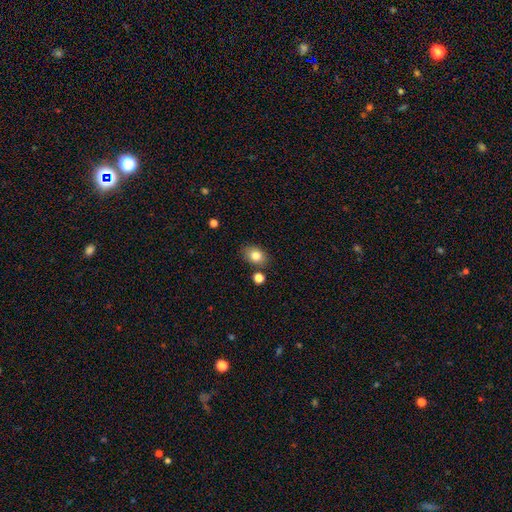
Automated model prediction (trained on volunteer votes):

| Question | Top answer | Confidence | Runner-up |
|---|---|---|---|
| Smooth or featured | smooth | 82% | star or artifact (10%) |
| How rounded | in between | 69% | round (30%) |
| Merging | none | 80% | minor disturbance (12%) |